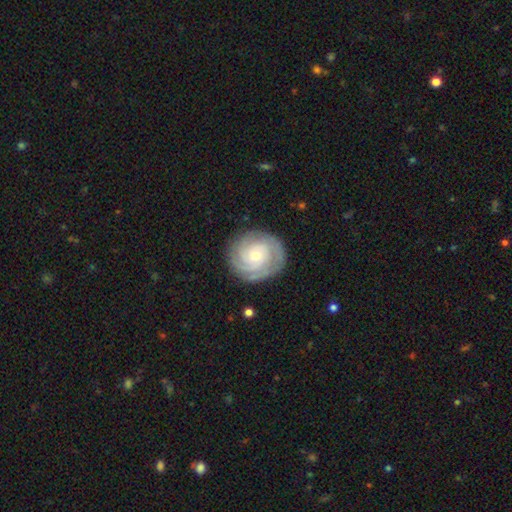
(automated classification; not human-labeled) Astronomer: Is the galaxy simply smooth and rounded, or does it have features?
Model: featured or disk — 81%.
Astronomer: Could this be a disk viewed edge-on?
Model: no — 98%.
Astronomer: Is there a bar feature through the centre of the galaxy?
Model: no — 78%.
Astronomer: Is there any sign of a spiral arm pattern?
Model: yes — 96%.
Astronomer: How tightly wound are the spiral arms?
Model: tight — 78%.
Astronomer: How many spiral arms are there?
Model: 3 — 30% (runner-up: can't tell, 25%).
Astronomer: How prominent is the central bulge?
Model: small — 59% (runner-up: moderate, 37%).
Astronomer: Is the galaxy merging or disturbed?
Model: none — 84%.